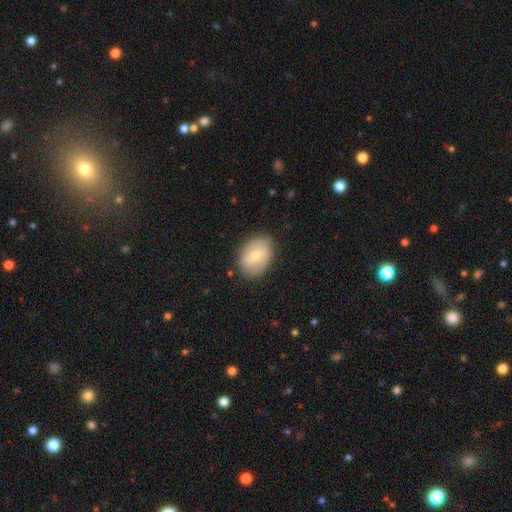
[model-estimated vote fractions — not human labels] smooth 56%, featured or disk 37%, star or artifact 7%. Down the decision tree: how rounded — in between (70%); merging — none (82%).